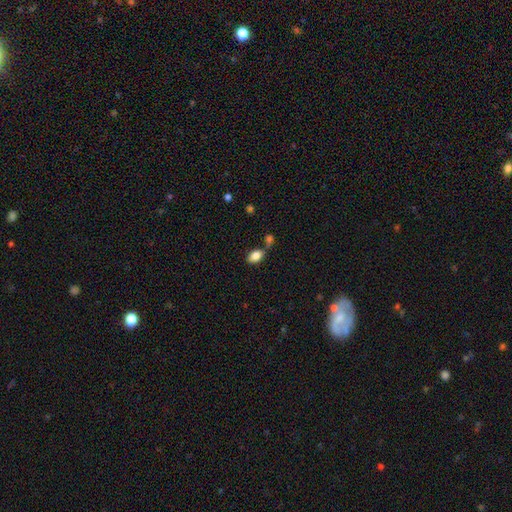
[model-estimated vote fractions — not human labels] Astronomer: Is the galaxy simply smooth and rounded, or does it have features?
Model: smooth — 84%.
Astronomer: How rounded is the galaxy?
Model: in between — 88%.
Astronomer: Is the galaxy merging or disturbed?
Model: none — 54%.